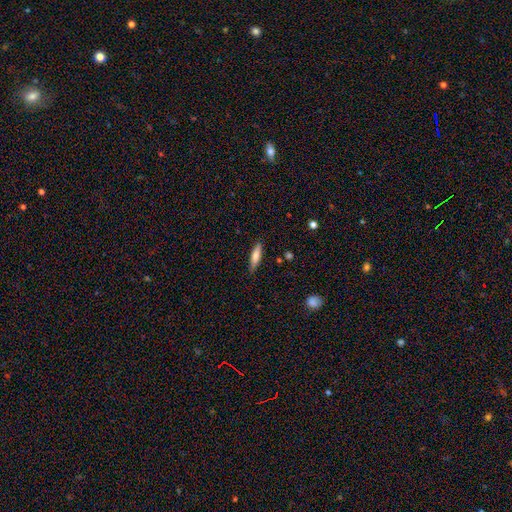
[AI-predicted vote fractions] smooth-or-featured: smooth: 70% | featured or disk: 23% | star or artifact: 6%
  how-rounded: cigar-shaped: 72% | in between: 26% | round: 2%
  merging: none: 86% | minor disturbance: 10% | major disturbance: 2% | merger: 1%